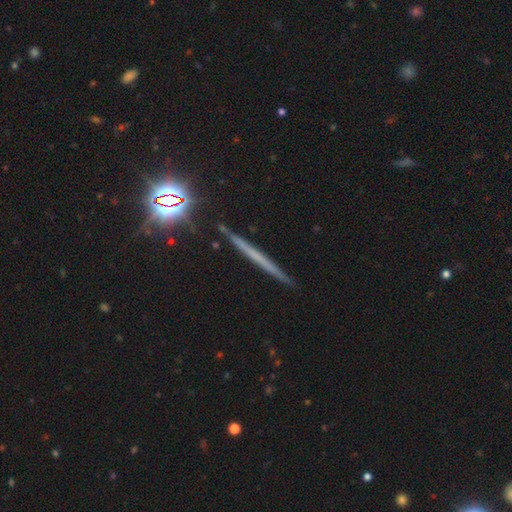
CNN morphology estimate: type=featured or disk (49%); merging=none (90%).